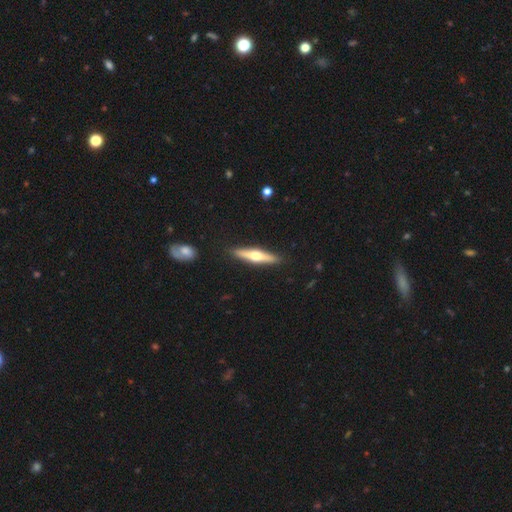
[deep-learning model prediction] smooth_or_featured: featured or disk (p=0.58) [alt: smooth p=0.37]
disk_edge_on: yes (p=0.95) [alt: no p=0.05]
edge_on_bulge: rounded (p=0.93) [alt: none p=0.04]
merging: none (p=0.90) [alt: minor disturbance p=0.07]